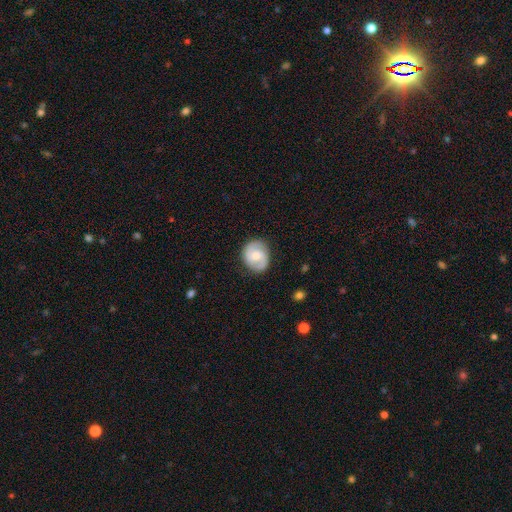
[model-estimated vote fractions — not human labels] A featured or disk galaxy (73%) with no bar (50%), 2 (90%) medium (48%) spiral arms (94%) and a moderate central bulge (58%). Merging: none (84%).